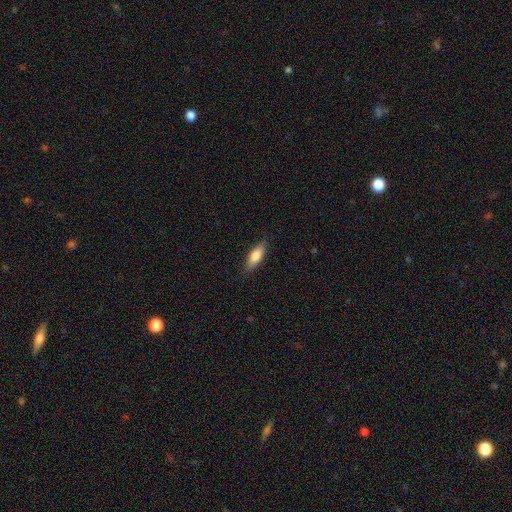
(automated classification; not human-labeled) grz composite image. It shows a smooth galaxy with no disk features (78%) that is in between round and cigar-shaped (59%). Merging: none (83%).